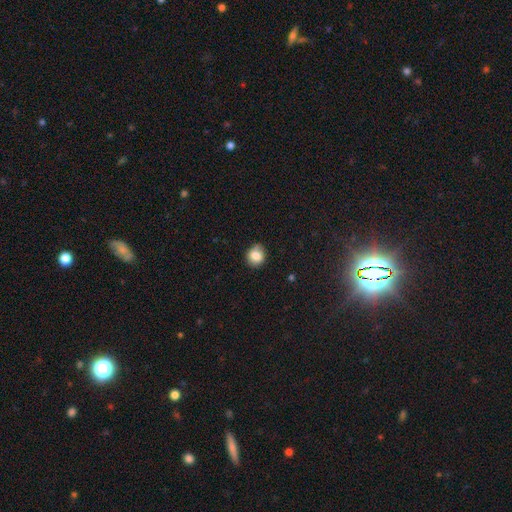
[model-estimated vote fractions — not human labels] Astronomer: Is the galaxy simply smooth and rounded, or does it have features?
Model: smooth — 83%.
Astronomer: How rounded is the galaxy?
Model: round — 76%.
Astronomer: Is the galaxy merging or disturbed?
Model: none — 80%.